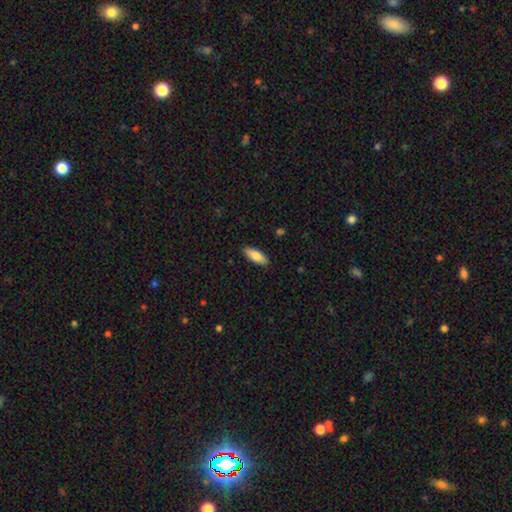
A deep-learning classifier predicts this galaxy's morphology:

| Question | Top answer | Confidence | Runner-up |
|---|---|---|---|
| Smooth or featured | smooth | 83% | featured or disk (11%) |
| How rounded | in between | 71% | cigar-shaped (27%) |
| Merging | none | 90% | minor disturbance (8%) |